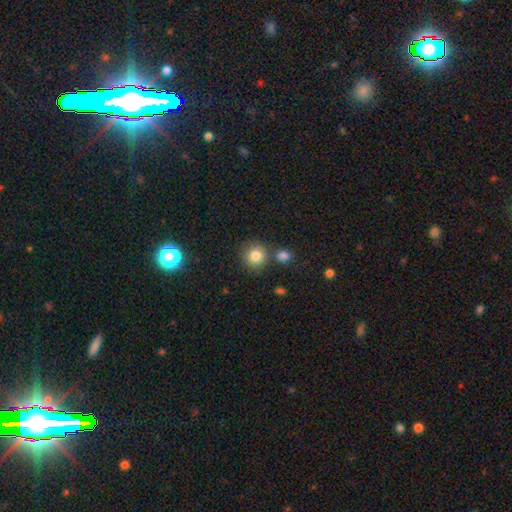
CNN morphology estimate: Smooth or featured?
  - smooth: 83% *
  - star or artifact: 11%
  - featured or disk: 6%
How rounded?
  - round: 91% *
  - in between: 8%
  - cigar-shaped: 1%
Merging?
  - none: 75% *
  - merger: 13%
  - minor disturbance: 9%
  - major disturbance: 3%